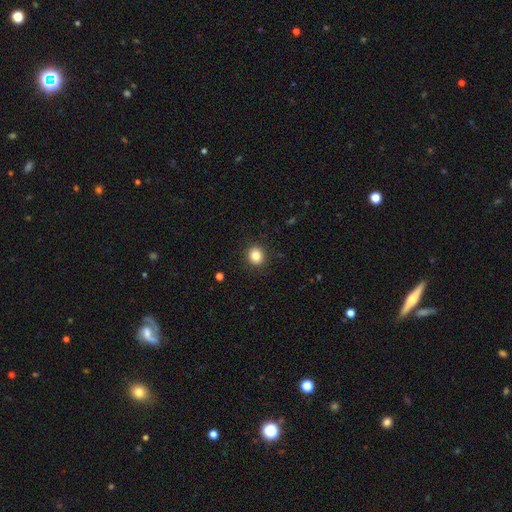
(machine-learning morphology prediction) Smooth or featured: smooth — 84% (star or artifact — 10%)
How rounded: round — 80% (in between — 20%)
Merging: none — 91% (minor disturbance — 6%)